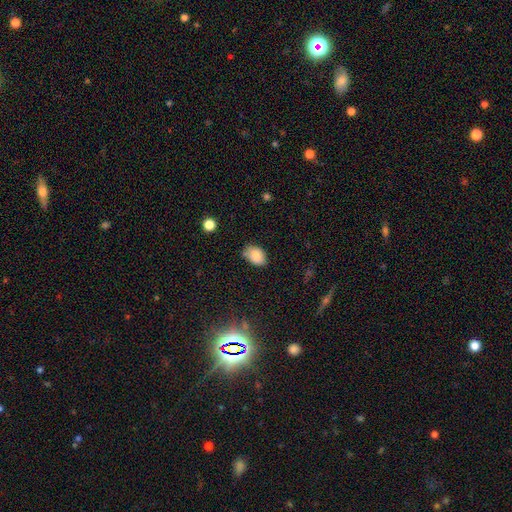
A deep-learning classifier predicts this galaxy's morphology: A smooth galaxy with no disk features (83%) that is in between round and cigar-shaped (83%). Merging: none (66%).